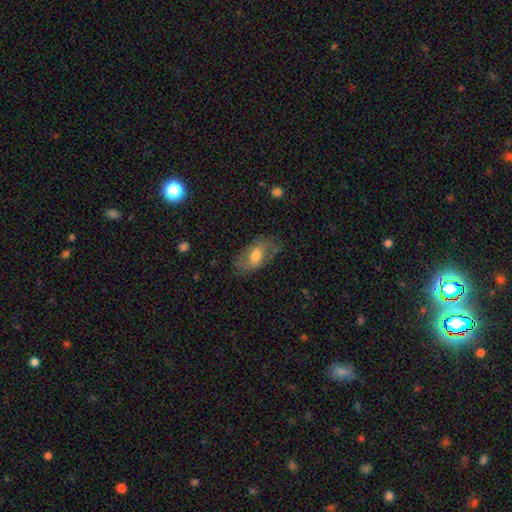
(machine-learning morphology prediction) smooth_or_featured: smooth (p=0.55) [alt: featured or disk p=0.38]
how_rounded: in between (p=0.90) [alt: round p=0.06]
merging: none (p=0.62) [alt: minor disturbance p=0.24]